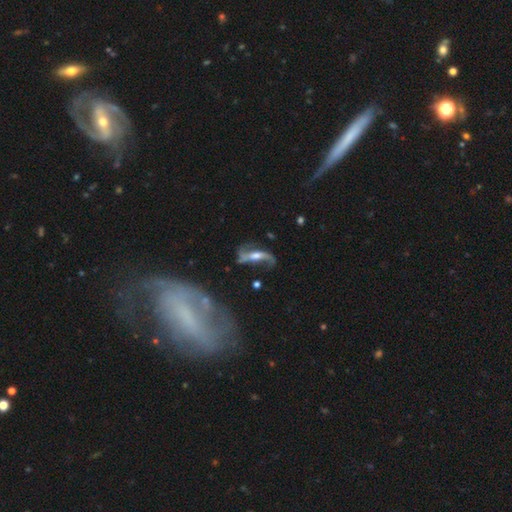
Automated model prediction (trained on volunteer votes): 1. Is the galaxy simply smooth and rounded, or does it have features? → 81% featured or disk, 12% smooth, 7% star or artifact.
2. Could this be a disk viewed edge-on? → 86% no, 14% yes.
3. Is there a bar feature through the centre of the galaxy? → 36% weak, 33% no, 31% strong.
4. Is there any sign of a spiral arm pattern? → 91% yes, 9% no.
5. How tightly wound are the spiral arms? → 81% loose, 14% medium, 4% tight.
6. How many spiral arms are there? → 88% 2, 4% 1, 4% can't tell, 1% 3, 1% 4, 1% more than 4.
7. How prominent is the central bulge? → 51% moderate, 27% small, 11% large, 8% none, 2% dominant.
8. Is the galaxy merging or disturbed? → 52% none, 21% major disturbance, 20% minor disturbance, 7% merger.